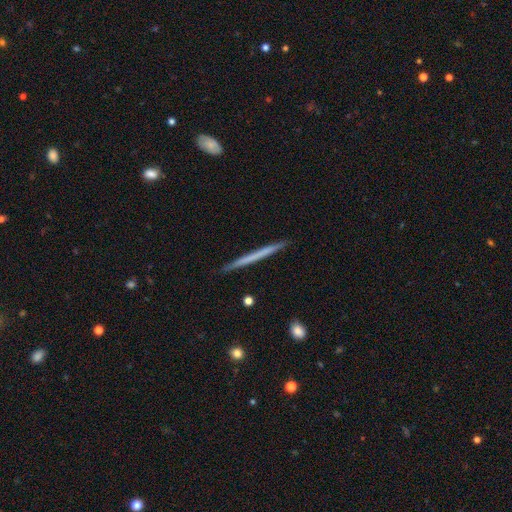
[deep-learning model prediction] Smooth or featured? Predicted: smooth (p=0.48). Merging? Predicted: none (p=0.91).